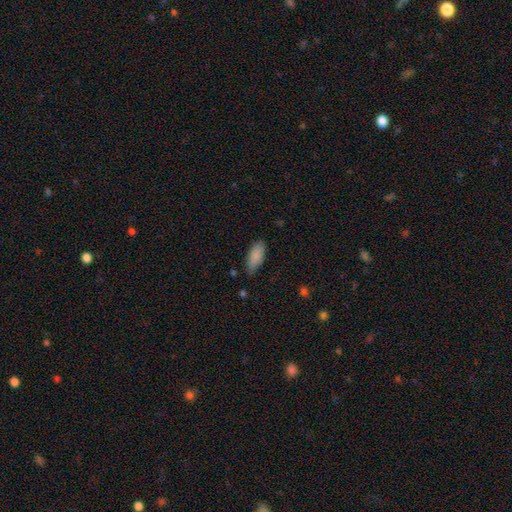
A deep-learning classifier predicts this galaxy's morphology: Q: Smooth or featured?
A: smooth (88%); runner-up: star or artifact (7%)
Q: How rounded?
A: in between (84%); runner-up: cigar-shaped (15%)
Q: Merging?
A: none (73%); runner-up: minor disturbance (22%)